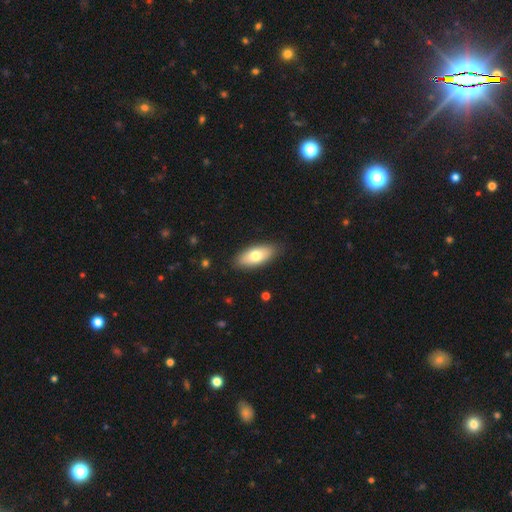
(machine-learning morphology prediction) The model was most divided on "smooth or featured": smooth: 72%, featured or disk: 22%, star or artifact: 6%. More confident: merging — none (87%); how rounded — in between (85%).